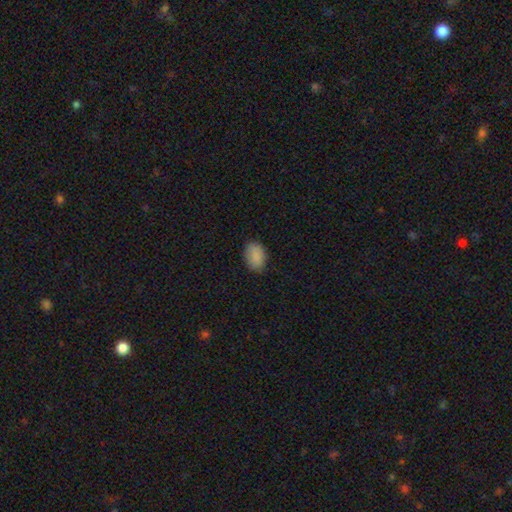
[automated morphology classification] A smooth galaxy with no disk features (88%) that is in between round and cigar-shaped (83%).

Vote fractions:
- Smooth or featured? smooth: 88% / star or artifact: 8% / featured or disk: 4%
- How rounded? in between: 83% / round: 16% / cigar-shaped: 1%
- Merging? none: 81% / minor disturbance: 15% / major disturbance: 3% / merger: 1%